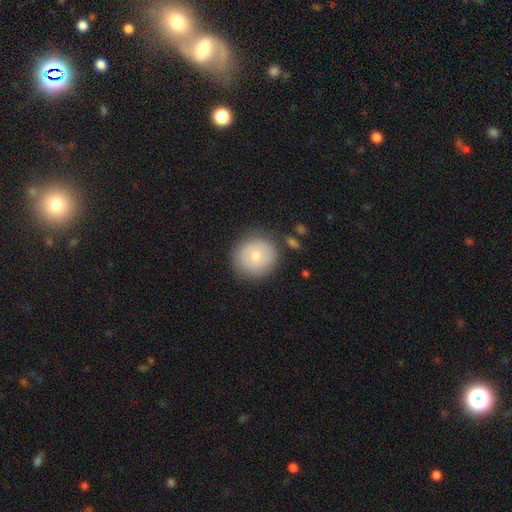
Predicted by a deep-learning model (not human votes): Smooth or featured?
  - smooth: 70% *
  - featured or disk: 22%
  - star or artifact: 8%
How rounded?
  - round: 90% *
  - in between: 9%
  - cigar-shaped: 1%
Merging?
  - none: 81% *
  - minor disturbance: 12%
  - major disturbance: 4%
  - merger: 3%